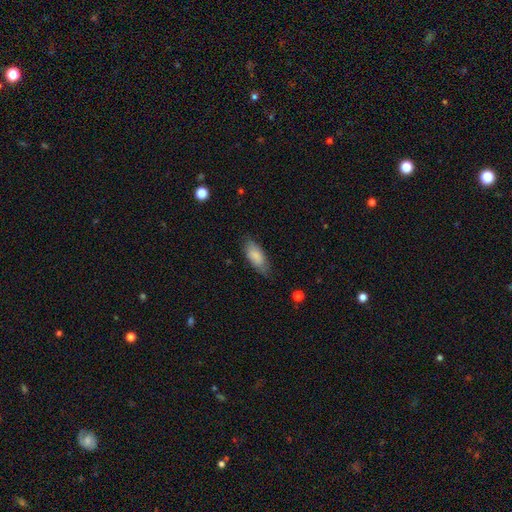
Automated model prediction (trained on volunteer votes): A smooth galaxy with no disk features (83%) that is in between round and cigar-shaped (84%). Merging: none (74%).